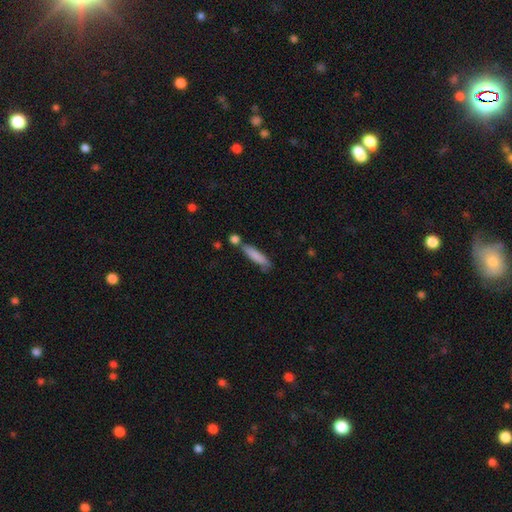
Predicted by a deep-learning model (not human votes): Morphology: type=smooth (81%); roundness=cigar-shaped (82%); merging=none (65%).